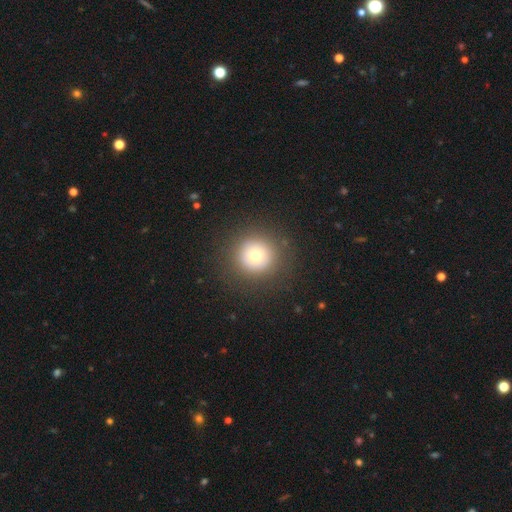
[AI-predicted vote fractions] This appears to be a smooth galaxy with no disk features (70%) that is round (96%). Merging: none (89%).